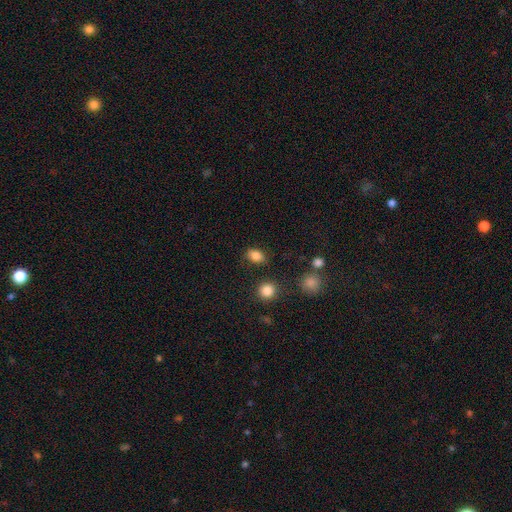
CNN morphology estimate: Q: Smooth or featured?
A: smooth (84%); runner-up: star or artifact (10%)
Q: How rounded?
A: in between (77%); runner-up: round (22%)
Q: Merging?
A: none (81%); runner-up: minor disturbance (12%)